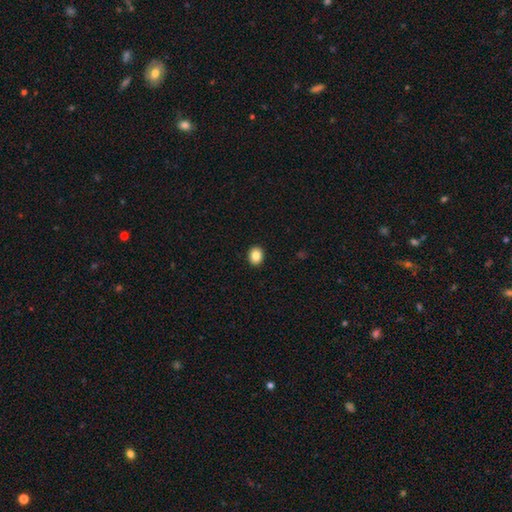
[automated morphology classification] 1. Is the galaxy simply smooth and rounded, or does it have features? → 85% smooth, 9% star or artifact, 5% featured or disk.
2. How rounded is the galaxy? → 59% round, 40% in between, 1% cigar-shaped.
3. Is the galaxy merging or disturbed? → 92% none, 5% minor disturbance, 1% major disturbance, 1% merger.